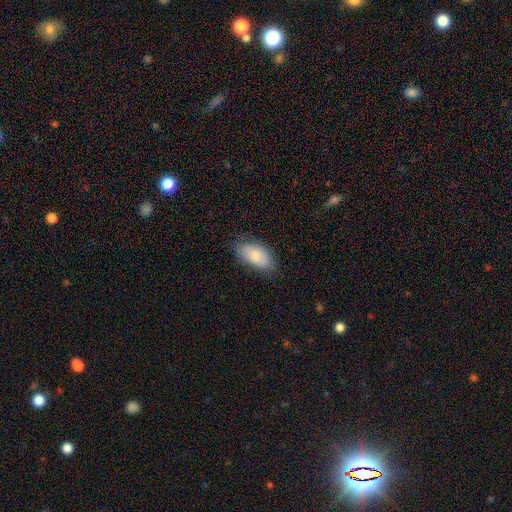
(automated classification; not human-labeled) The model was most divided on "smooth or featured": smooth: 74%, featured or disk: 19%, star or artifact: 6%. More confident: how rounded — in between (93%); merging — none (77%).